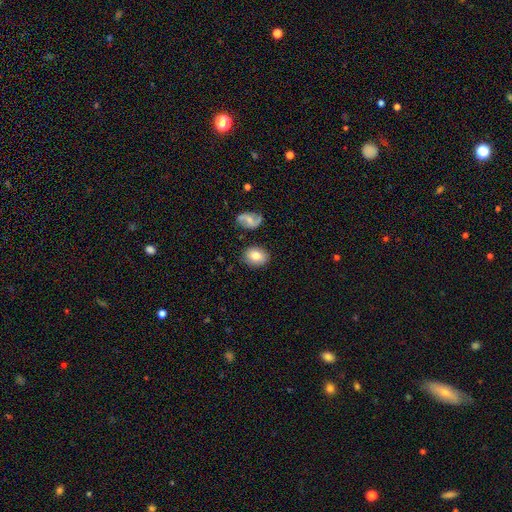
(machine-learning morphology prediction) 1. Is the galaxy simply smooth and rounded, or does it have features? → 77% smooth, 16% featured or disk, 7% star or artifact.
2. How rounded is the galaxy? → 58% in between, 41% round, 1% cigar-shaped.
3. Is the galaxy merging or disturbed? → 80% none, 14% minor disturbance, 4% merger, 3% major disturbance.